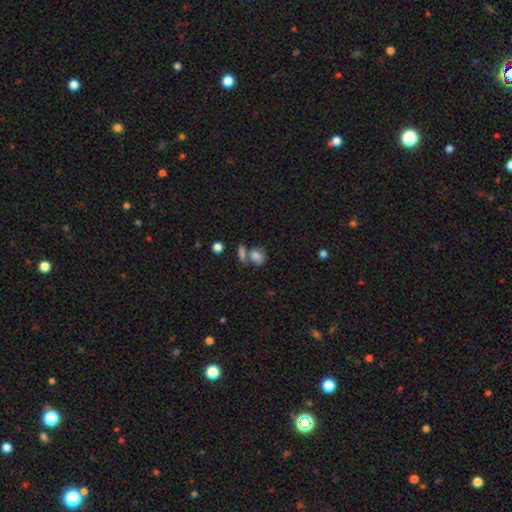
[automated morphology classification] Smooth or featured? Predicted: smooth (p=0.79). How rounded? Predicted: in between (p=0.61). Merging? Predicted: none (p=0.42).